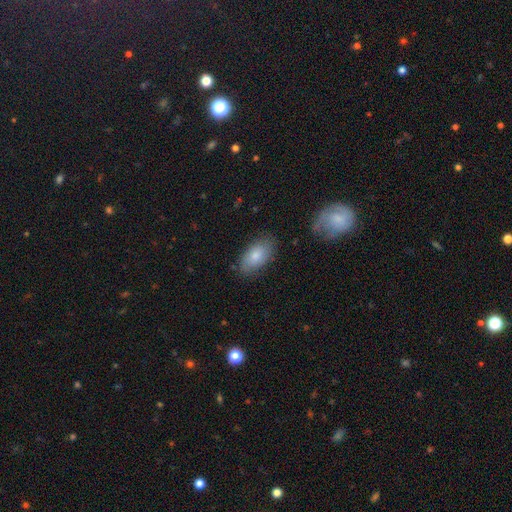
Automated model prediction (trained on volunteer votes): smooth 78%, featured or disk 16%, star or artifact 7%. Down the decision tree: how rounded — in between (93%); merging — none (79%).